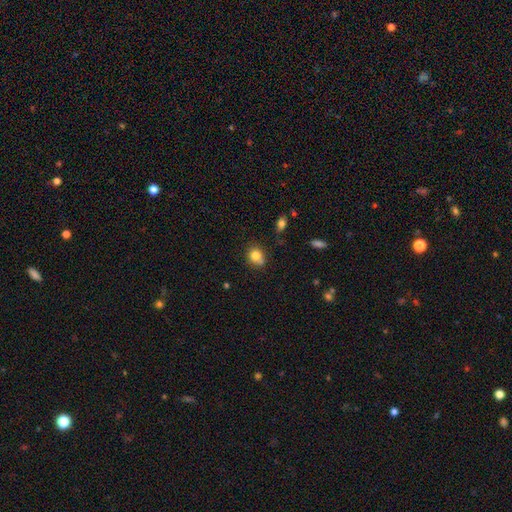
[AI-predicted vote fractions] Morphology: type=smooth (79%); roundness=round (70%); merging=none (60%).